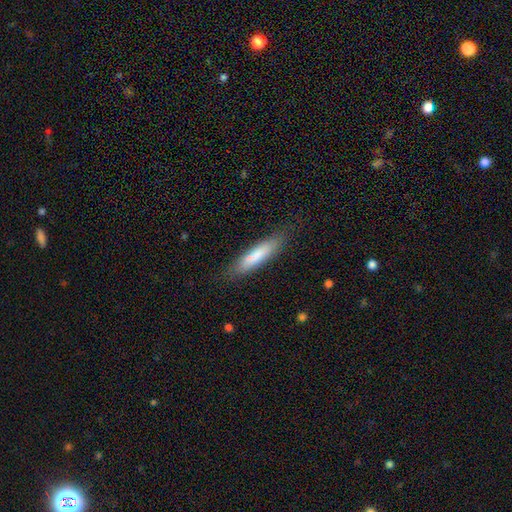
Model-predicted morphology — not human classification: type=smooth (78%); roundness=cigar-shaped (81%); merging=none (82%).